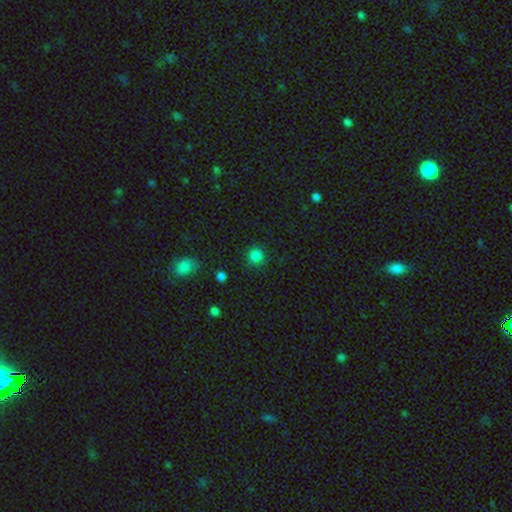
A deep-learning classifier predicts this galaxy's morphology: Q: Smooth or featured?
A: smooth (83%); runner-up: star or artifact (13%)
Q: How rounded?
A: round (93%); runner-up: in between (6%)
Q: Merging?
A: none (89%); runner-up: minor disturbance (7%)